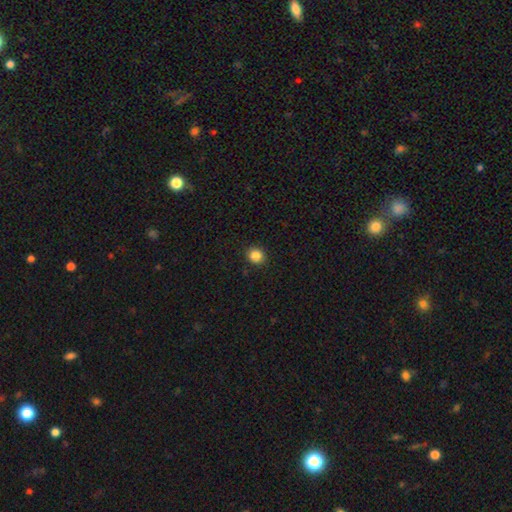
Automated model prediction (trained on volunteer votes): The model was most divided on "how rounded": round: 86%, in between: 13%, cigar-shaped: 1%. More confident: merging — none (92%); smooth or featured — smooth (85%).